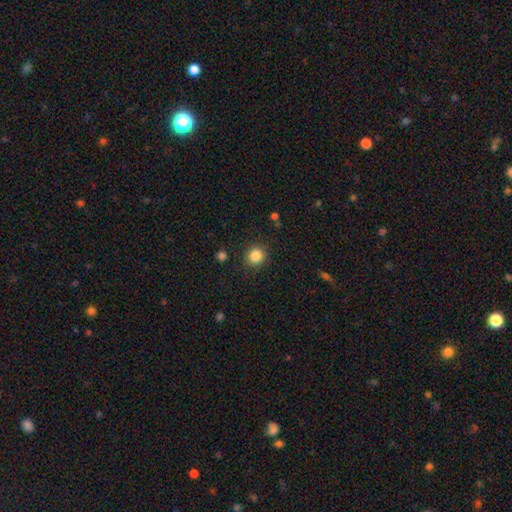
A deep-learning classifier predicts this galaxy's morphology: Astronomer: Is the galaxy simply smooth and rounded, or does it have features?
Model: smooth — 85%.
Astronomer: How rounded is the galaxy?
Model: round — 86%.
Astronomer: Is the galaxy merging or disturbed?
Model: none — 89%.